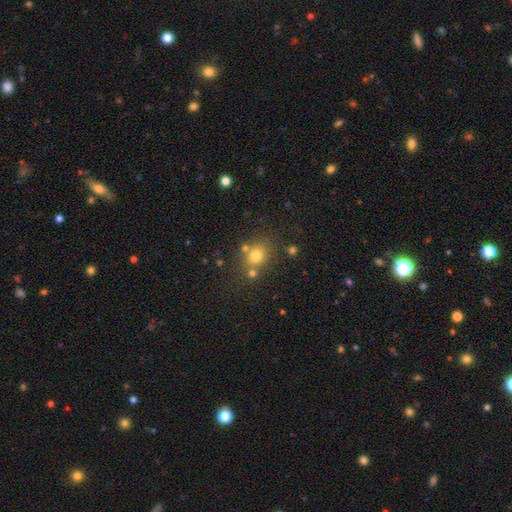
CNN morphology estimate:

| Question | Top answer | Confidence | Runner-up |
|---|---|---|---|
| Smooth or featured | smooth | 73% | star or artifact (17%) |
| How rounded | round | 68% | in between (31%) |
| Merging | none | 67% | merger (17%) |